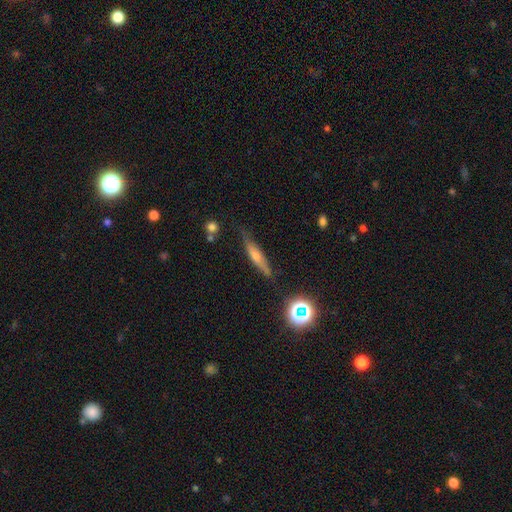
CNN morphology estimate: smooth-or-featured: featured or disk: 45% | smooth: 42% | star or artifact: 13%
  merging: none: 78% | minor disturbance: 16% | major disturbance: 4% | merger: 3%